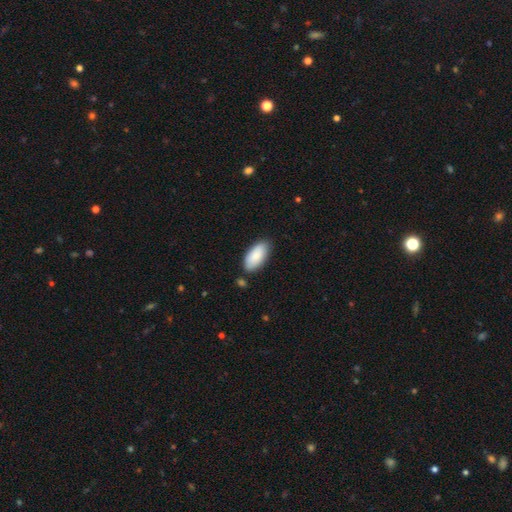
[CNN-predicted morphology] Smooth or featured: smooth — 86% (featured or disk — 8%)
How rounded: in between — 93% (cigar-shaped — 6%)
Merging: none — 80% (minor disturbance — 14%)